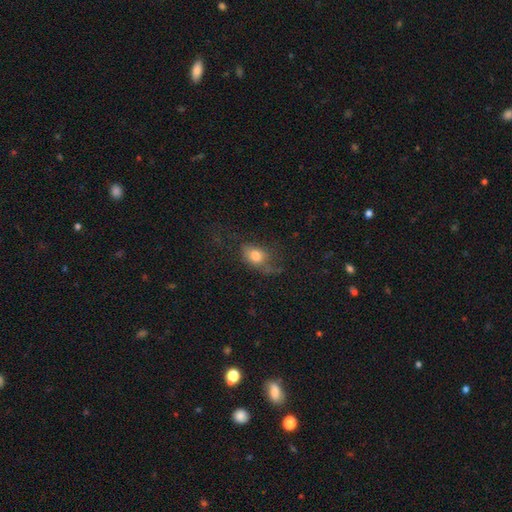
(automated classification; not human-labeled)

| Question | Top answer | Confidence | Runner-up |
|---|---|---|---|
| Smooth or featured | smooth | 76% | featured or disk (13%) |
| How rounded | in between | 64% | round (34%) |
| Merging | none | 44% | minor disturbance (27%) |